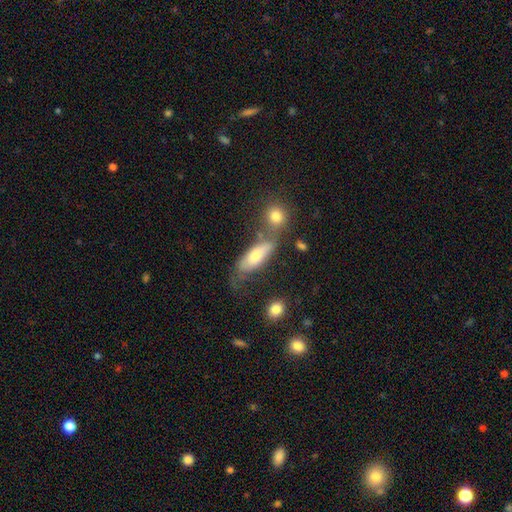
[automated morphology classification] smooth_or_featured: smooth (p=0.55) [alt: featured or disk p=0.36]
how_rounded: in between (p=0.59) [alt: cigar-shaped p=0.38]
merging: none (p=0.41) [alt: merger p=0.24]